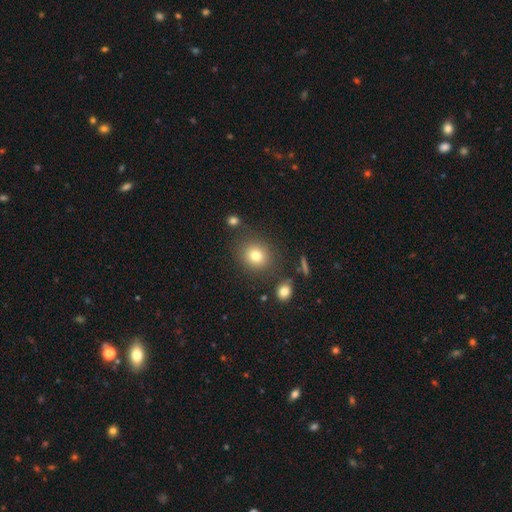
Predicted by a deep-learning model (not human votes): The model was most divided on "how rounded": round: 77%, in between: 22%, cigar-shaped: 1%. More confident: merging — none (82%); smooth or featured — smooth (80%).